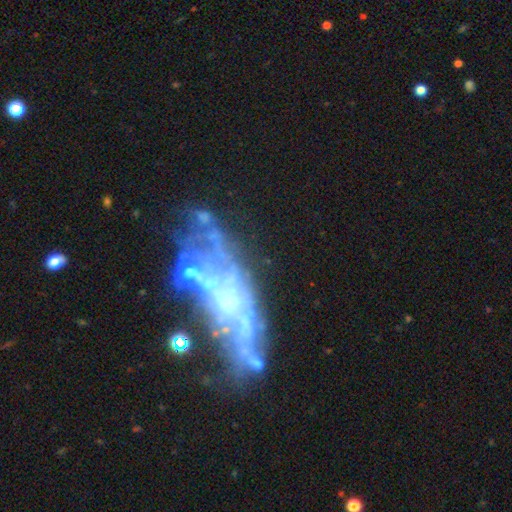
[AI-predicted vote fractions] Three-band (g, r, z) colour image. It shows a featured or disk galaxy (74%) with no bar (75%), no spiral arms (69%) and no central bulge (49%). Merging: none (39%).